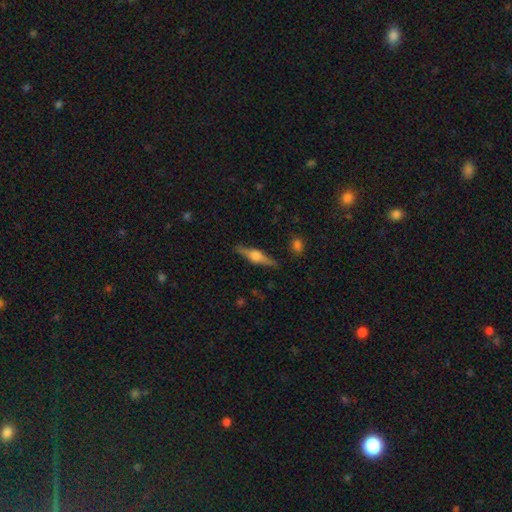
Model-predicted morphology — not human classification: Smooth or featured? Predicted: featured or disk (p=0.70). Edge-on disk? Predicted: yes (p=0.97). Edge-on bulge? Predicted: rounded (p=0.89). Merging? Predicted: none (p=0.87).